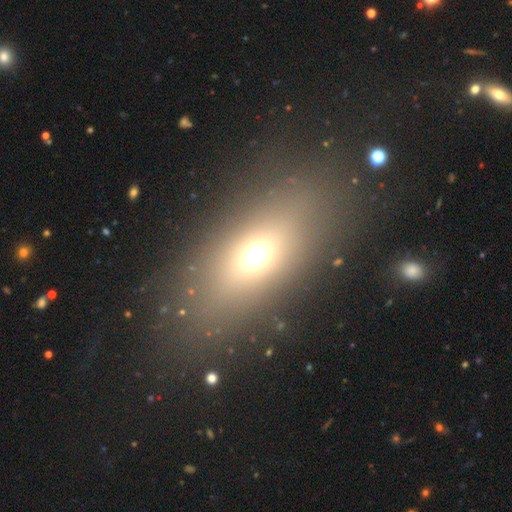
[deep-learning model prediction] A smooth galaxy with no disk features (63%) that is in between round and cigar-shaped (74%). Merging: none (81%).